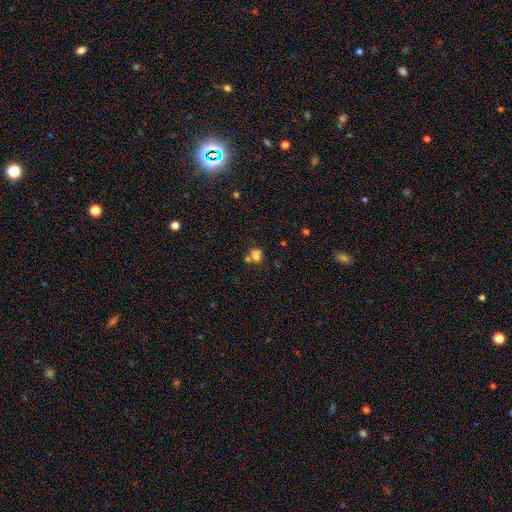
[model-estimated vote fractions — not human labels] Q: Smooth or featured?
A: smooth (72%); runner-up: star or artifact (15%)
Q: How rounded?
A: round (65%); runner-up: in between (34%)
Q: Merging?
A: none (44%); runner-up: merger (37%)